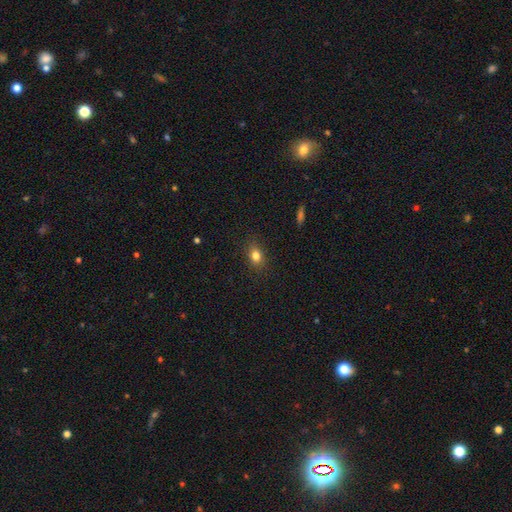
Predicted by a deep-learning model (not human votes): A smooth galaxy with no disk features (81%) that is in between round and cigar-shaped (66%). Merging: none (86%).